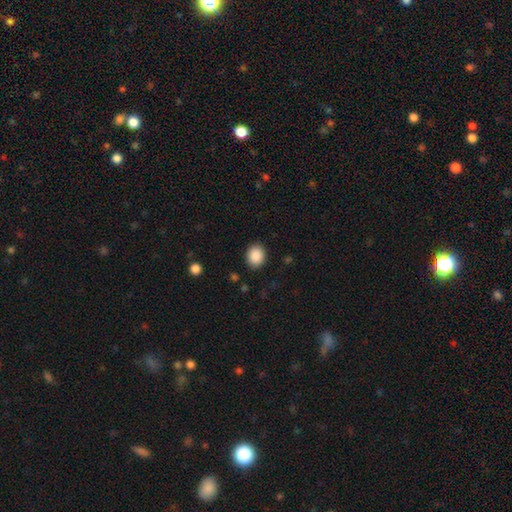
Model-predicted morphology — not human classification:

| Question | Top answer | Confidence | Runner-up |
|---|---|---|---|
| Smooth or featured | smooth | 89% | star or artifact (8%) |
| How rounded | round | 58% | in between (41%) |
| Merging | none | 88% | minor disturbance (8%) |